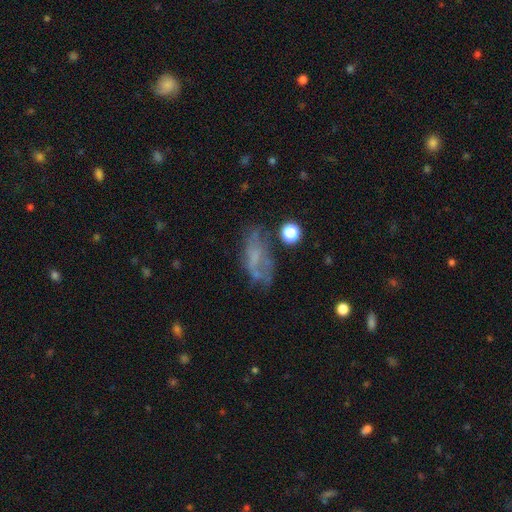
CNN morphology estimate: This is marginally a featured or disk galaxy (44%). Merging: marginally none (42%).